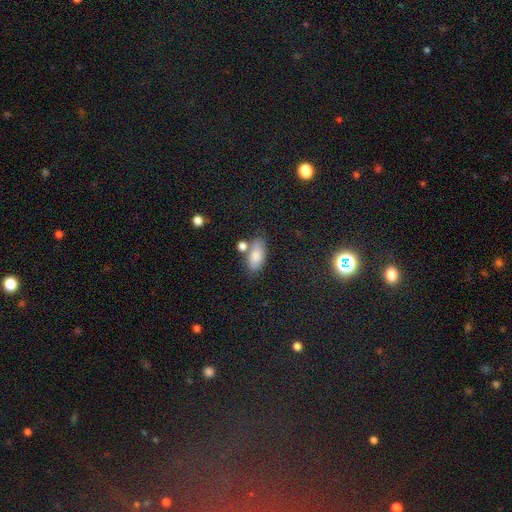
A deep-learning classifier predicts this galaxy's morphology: smooth 81%, featured or disk 11%, star or artifact 8%. Down the decision tree: how rounded — in between (88%); merging — none (63%).